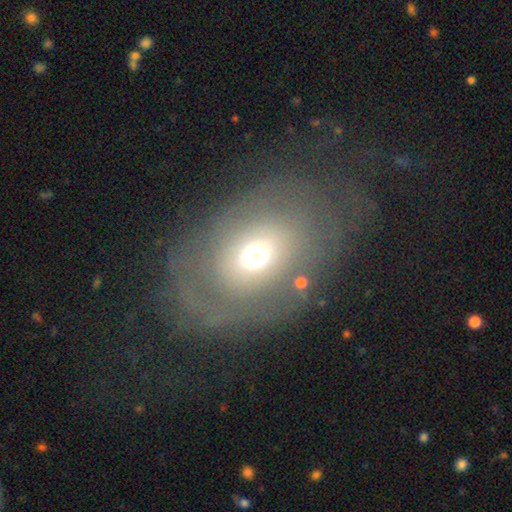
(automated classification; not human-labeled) Smooth or featured? featured or disk (48%)
Merging? none (57%)